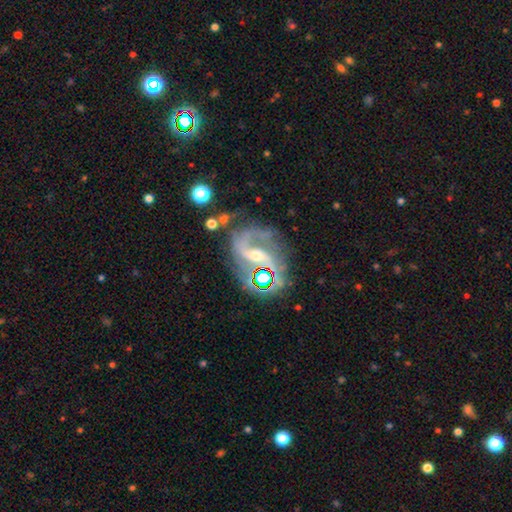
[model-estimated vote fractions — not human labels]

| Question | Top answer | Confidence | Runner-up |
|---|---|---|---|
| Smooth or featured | featured or disk | 83% | star or artifact (10%) |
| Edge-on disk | no | 97% | yes (3%) |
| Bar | strong | 39% | weak (37%) |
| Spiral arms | yes | 94% | no (6%) |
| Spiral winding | medium | 51% | loose (32%) |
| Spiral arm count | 2 | 79% | 1 (7%) |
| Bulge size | moderate | 51% | small (43%) |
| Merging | none | 55% | minor disturbance (20%) |